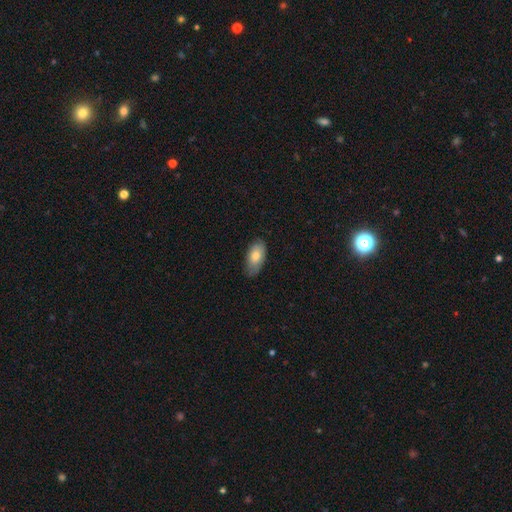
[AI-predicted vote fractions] This appears to be a smooth galaxy with no disk features (78%) that is in between round and cigar-shaped (93%). Merging: none (75%).